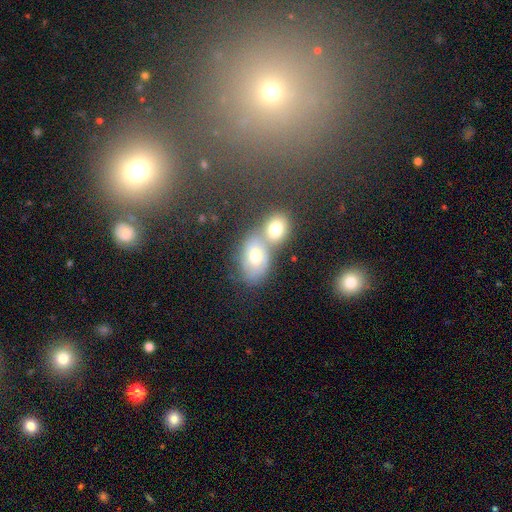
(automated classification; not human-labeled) The model was most divided on "merging": none: 47%, merger: 35%, minor disturbance: 12%, major disturbance: 6%. More confident: how rounded — in between (75%); smooth or featured — smooth (57%).